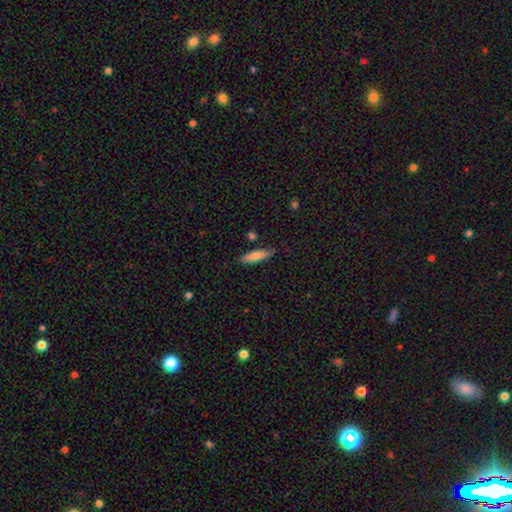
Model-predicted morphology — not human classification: type=smooth (72%); roundness=cigar-shaped (69%); merging=none (82%).